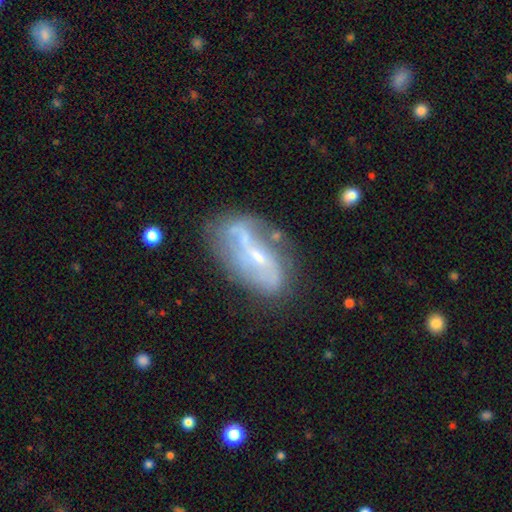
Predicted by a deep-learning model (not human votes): Smooth or featured: featured or disk — 69% (smooth — 23%)
Edge-on disk: no — 91% (yes — 9%)
Bar: weak — 37% (no — 36%)
Spiral arms: yes — 58% (no — 42%)
Bulge size: small — 64% (moderate — 26%)
Merging: none — 50% (minor disturbance — 25%)